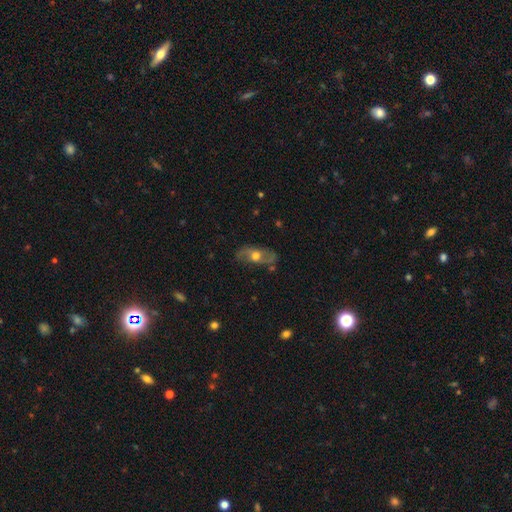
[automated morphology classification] Smooth or featured? featured or disk (59%)
Edge-on disk? no (81%)
Merging? none (74%)